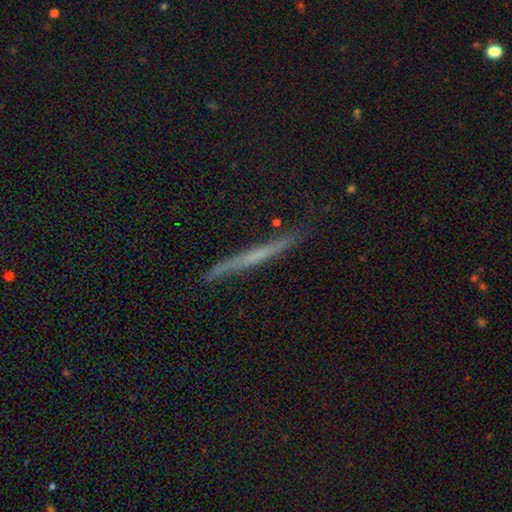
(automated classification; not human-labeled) Q: Smooth or featured?
A: featured or disk (56%); runner-up: smooth (37%)
Q: Edge-on disk?
A: yes (94%); runner-up: no (6%)
Q: Edge-on bulge?
A: none (80%); runner-up: rounded (12%)
Q: Merging?
A: none (81%); runner-up: minor disturbance (14%)